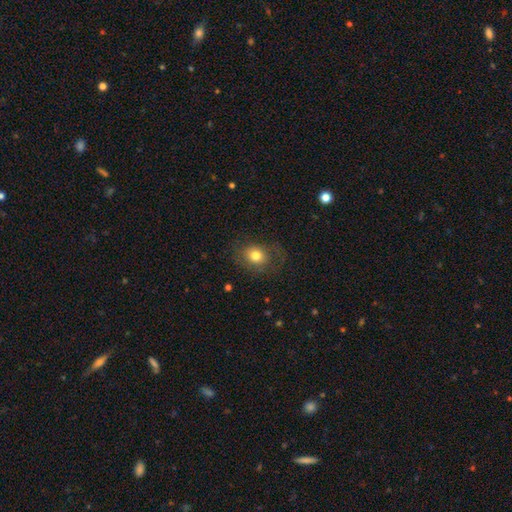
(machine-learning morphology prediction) Smooth or featured: smooth — 75% (featured or disk — 14%)
How rounded: round — 59% (in between — 40%)
Merging: none — 72% (minor disturbance — 16%)